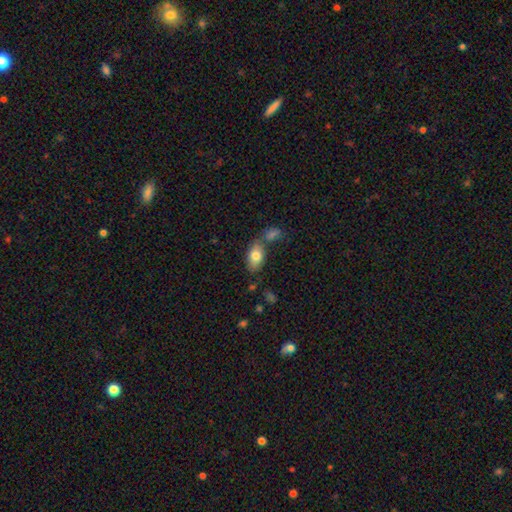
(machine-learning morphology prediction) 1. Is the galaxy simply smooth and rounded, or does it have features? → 78% smooth, 15% featured or disk, 7% star or artifact.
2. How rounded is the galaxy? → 91% in between, 6% round, 3% cigar-shaped.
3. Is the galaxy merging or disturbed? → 57% none, 22% merger, 16% minor disturbance, 5% major disturbance.